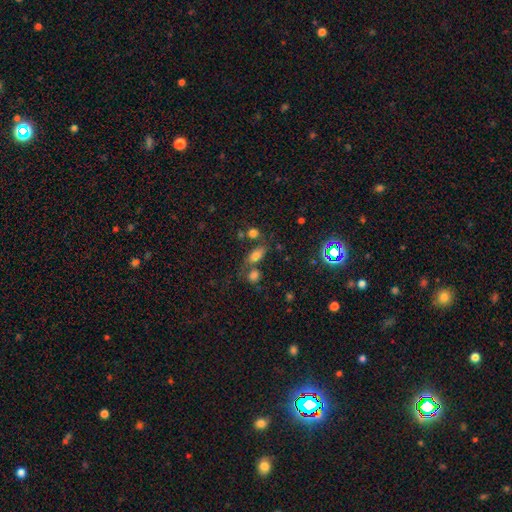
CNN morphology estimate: Smooth or featured? smooth (71%)
How rounded? in between (80%)
Merging? none (58%)